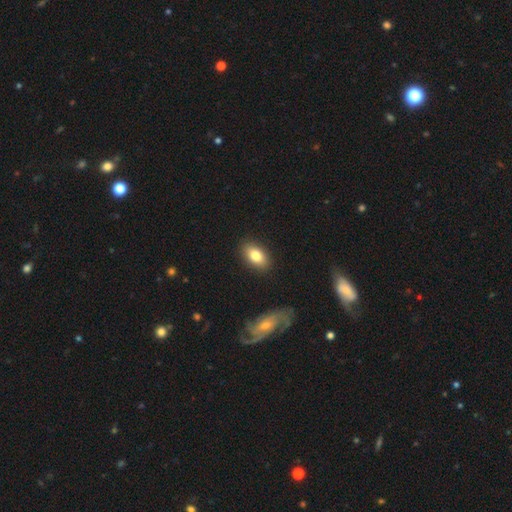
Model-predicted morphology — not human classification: A smooth galaxy with no disk features (81%) that is in between round and cigar-shaped (89%). Merging: none (87%).